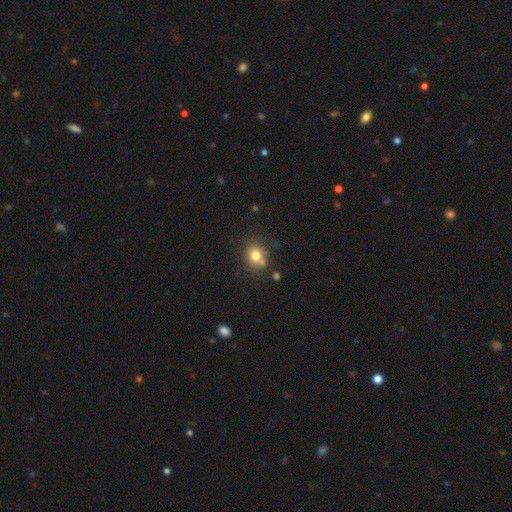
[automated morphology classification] Overall: smooth (78%). How rounded: round (74%). Merging: none (65%).